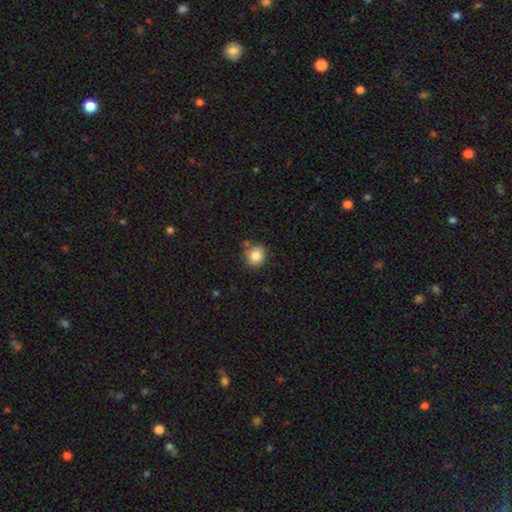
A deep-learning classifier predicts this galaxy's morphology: This is clearly a smooth galaxy (84%). How rounded: clearly round (87%). Merging: likely none (75%).